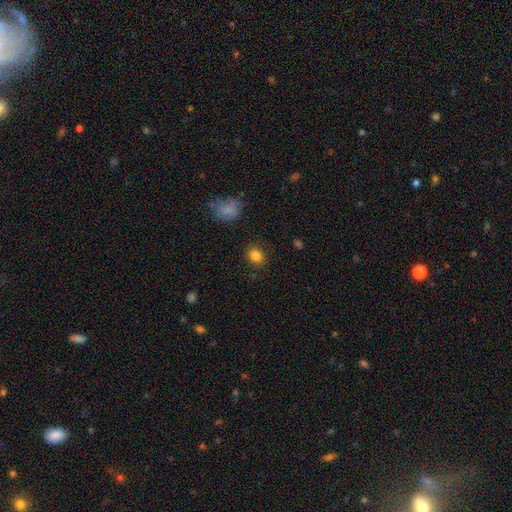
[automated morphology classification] Smooth or featured? smooth (84%)
How rounded? round (50%)
Merging? none (87%)